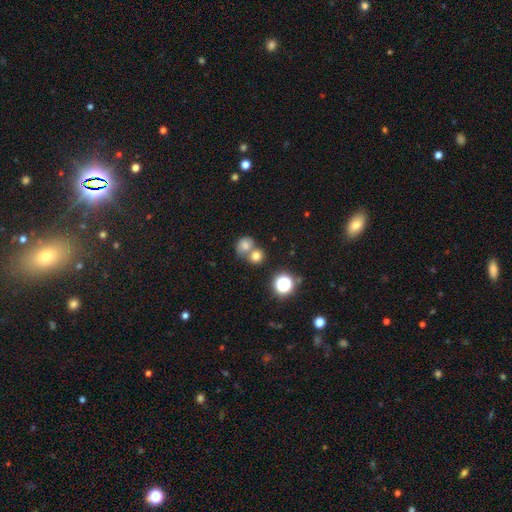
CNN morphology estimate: Smooth or featured?
  - smooth: 73% *
  - star or artifact: 16%
  - featured or disk: 12%
How rounded?
  - round: 78% *
  - in between: 21%
  - cigar-shaped: 1%
Merging?
  - merger: 50% *
  - none: 39%
  - minor disturbance: 7%
  - major disturbance: 3%